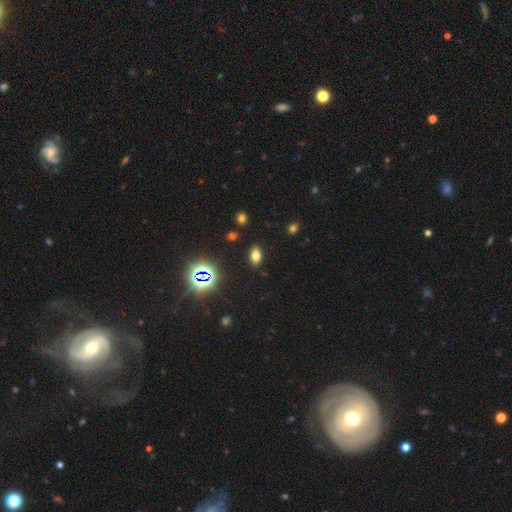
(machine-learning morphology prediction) This is likely a smooth galaxy (64%). How rounded: clearly in between (86%). Merging: clearly none (87%).